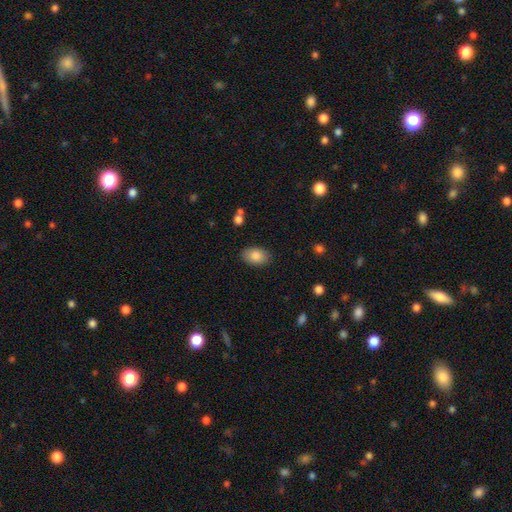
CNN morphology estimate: A smooth galaxy with no disk features (84%) that is in between round and cigar-shaped (88%).

Vote fractions:
- Smooth or featured? smooth: 84% / featured or disk: 9% / star or artifact: 7%
- How rounded? in between: 88% / round: 10% / cigar-shaped: 1%
- Merging? none: 86% / minor disturbance: 10% / major disturbance: 2% / merger: 1%